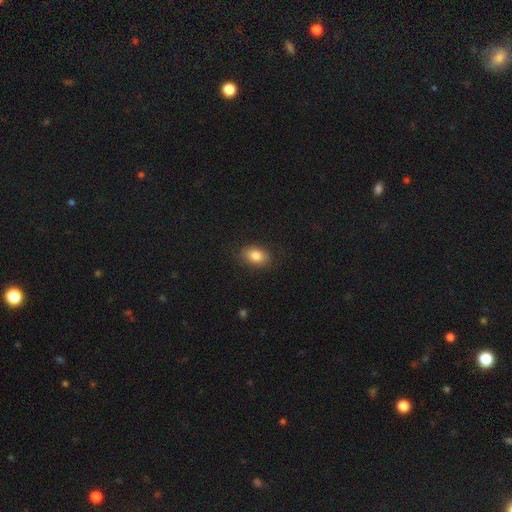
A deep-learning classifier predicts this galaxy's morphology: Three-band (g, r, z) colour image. It shows a smooth galaxy with no disk features (84%) that is in between round and cigar-shaped (83%). Merging: none (85%).